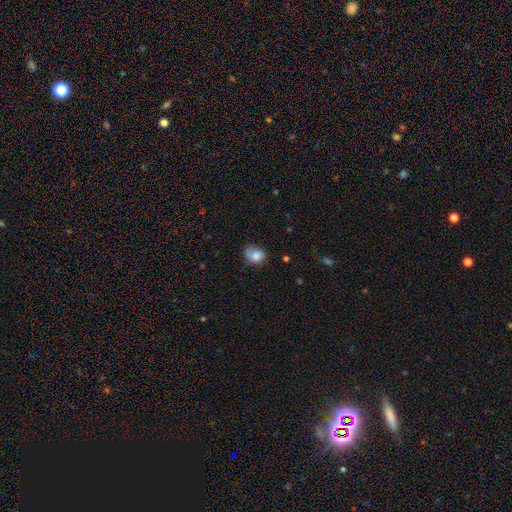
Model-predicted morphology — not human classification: Smooth or featured?
  - smooth: 79% *
  - featured or disk: 12%
  - star or artifact: 9%
How rounded?
  - in between: 57% *
  - round: 42%
  - cigar-shaped: 1%
Merging?
  - none: 48% *
  - minor disturbance: 35%
  - major disturbance: 14%
  - merger: 3%